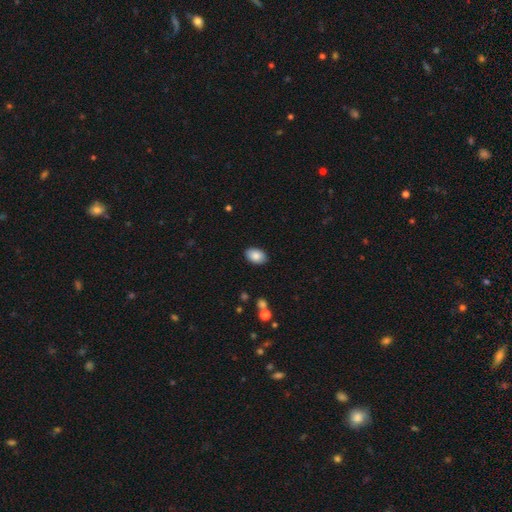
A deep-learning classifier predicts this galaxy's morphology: The model was most divided on "how rounded": in between: 88%, round: 11%, cigar-shaped: 1%. More confident: merging — none (88%); smooth or featured — smooth (86%).